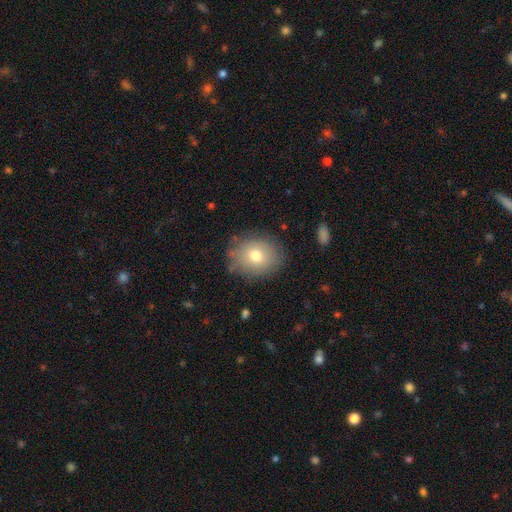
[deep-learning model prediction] Smooth or featured? Predicted: smooth (p=0.73). How rounded? Predicted: round (p=0.62). Merging? Predicted: none (p=0.81).